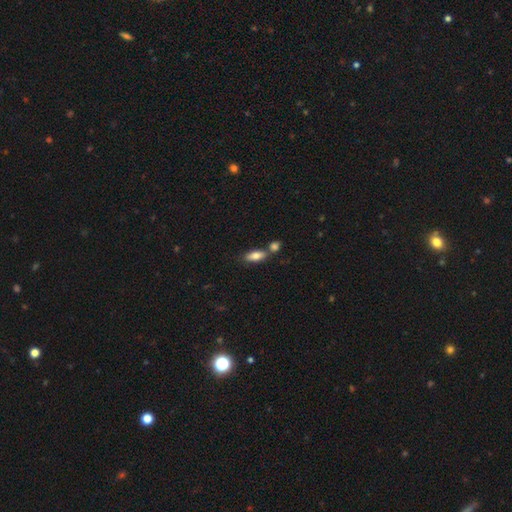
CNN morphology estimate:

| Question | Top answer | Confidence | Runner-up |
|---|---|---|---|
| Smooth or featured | smooth | 80% | featured or disk (13%) |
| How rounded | in between | 79% | cigar-shaped (18%) |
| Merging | none | 56% | merger (30%) |